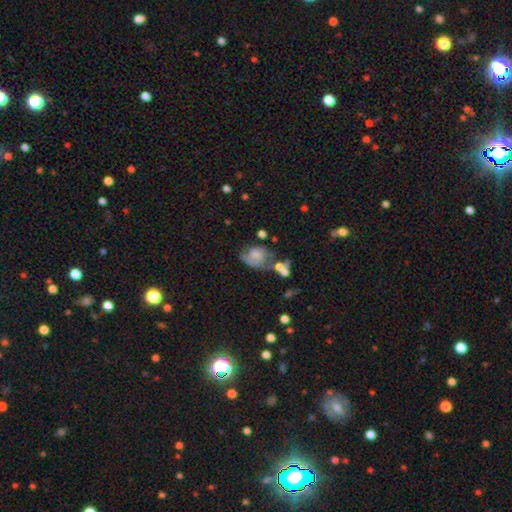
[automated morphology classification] A featured or disk galaxy (54%) with no bar (72%), spiral arms (76%) and a small central bulge (40%). Merging: none (33%).